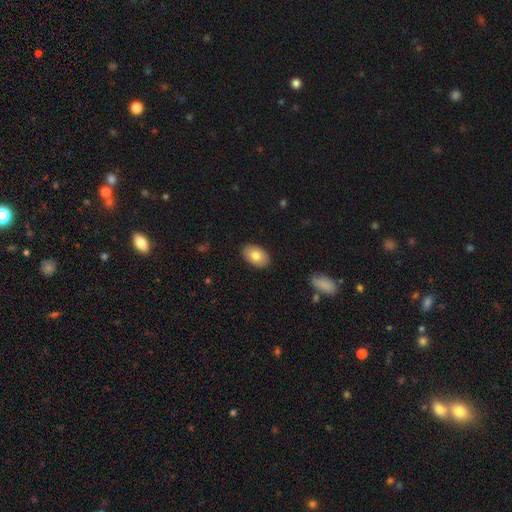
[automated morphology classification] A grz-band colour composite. It shows a smooth galaxy with no disk features (81%) that is in between round and cigar-shaped (92%). Merging: none (89%).